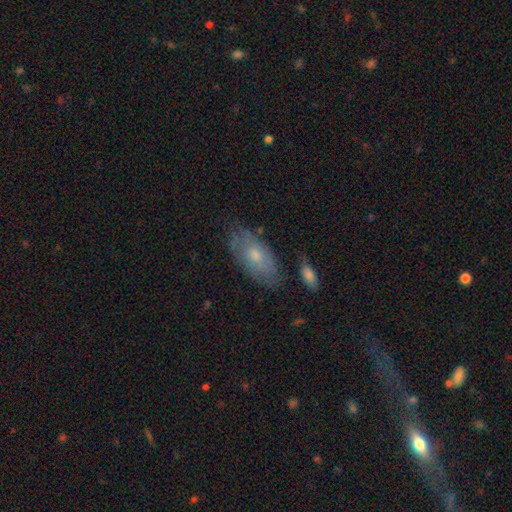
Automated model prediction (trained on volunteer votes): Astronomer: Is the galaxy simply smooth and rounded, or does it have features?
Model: smooth — 53% (runner-up: featured or disk, 40%).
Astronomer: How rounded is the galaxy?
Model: in between — 89%.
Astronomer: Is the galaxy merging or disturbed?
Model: none — 71%.